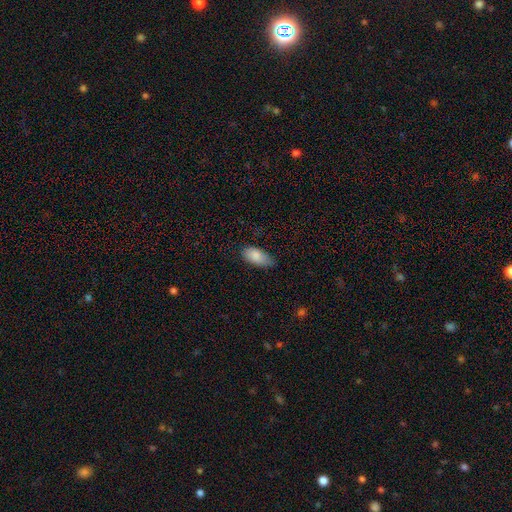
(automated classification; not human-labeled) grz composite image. It shows a smooth galaxy with no disk features (86%) that is in between round and cigar-shaped (90%). Merging: none (59%).